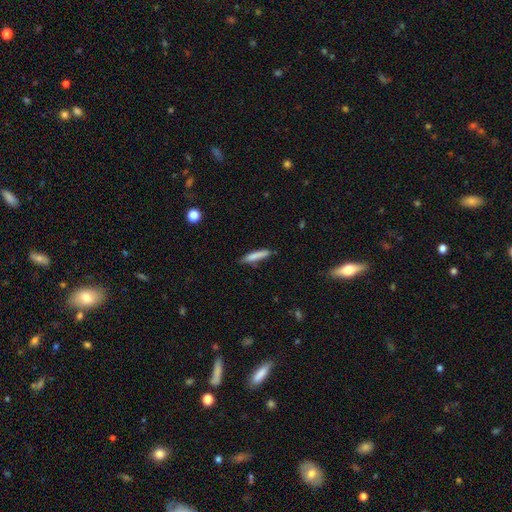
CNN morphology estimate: Overall: smooth (80%). How rounded: cigar-shaped (88%). Merging: none (78%).